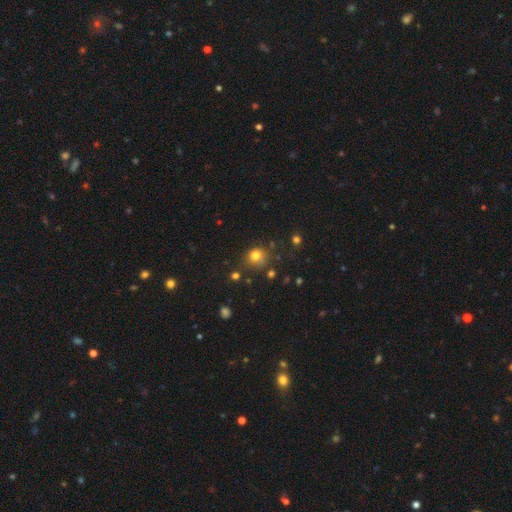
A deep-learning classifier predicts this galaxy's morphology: Smooth or featured: smooth — 78% (star or artifact — 15%)
How rounded: round — 82% (in between — 17%)
Merging: none — 71% (minor disturbance — 17%)